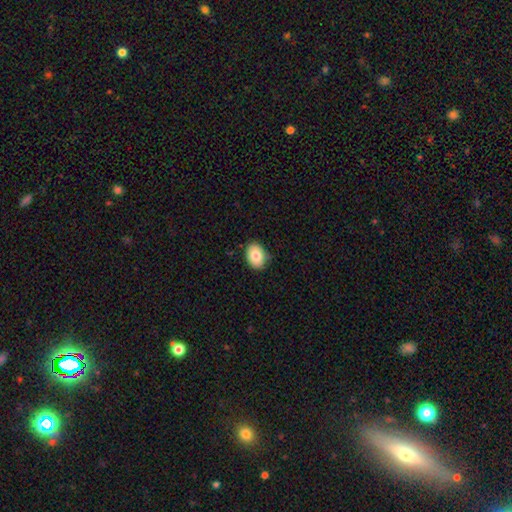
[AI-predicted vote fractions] Morphology: type=smooth (83%); roundness=in between (75%); merging=none (82%).